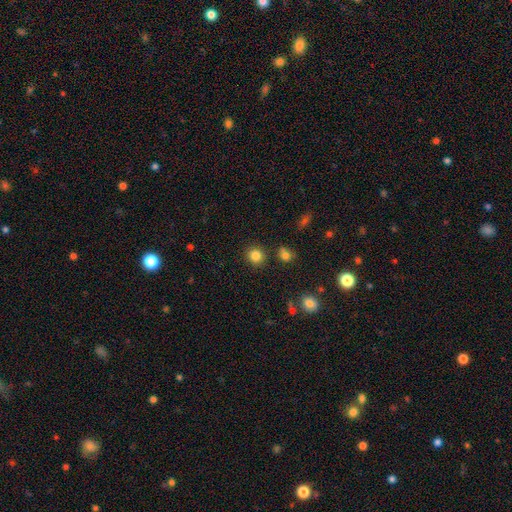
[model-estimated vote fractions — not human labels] Smooth or featured: smooth — 84% (star or artifact — 12%)
How rounded: round — 88% (in between — 11%)
Merging: none — 87% (minor disturbance — 7%)